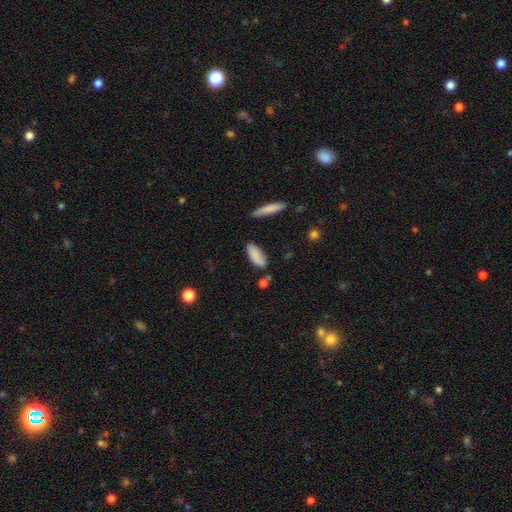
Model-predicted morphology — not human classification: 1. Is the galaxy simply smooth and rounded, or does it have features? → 84% smooth, 10% featured or disk, 7% star or artifact.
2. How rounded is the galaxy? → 74% in between, 24% cigar-shaped, 2% round.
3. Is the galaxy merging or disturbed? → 73% none, 17% minor disturbance, 6% merger, 4% major disturbance.